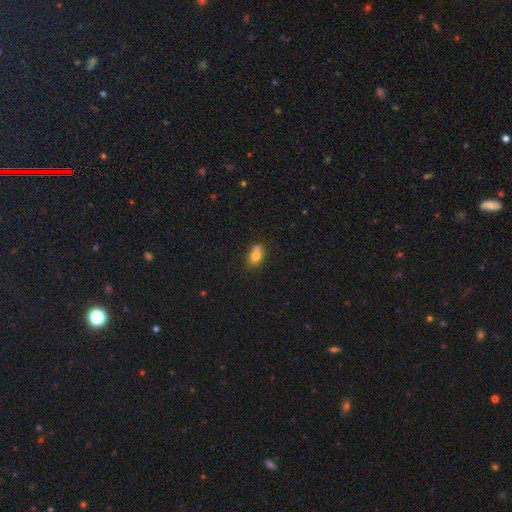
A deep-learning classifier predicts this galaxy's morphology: A smooth galaxy with no disk features (75%) that is in between round and cigar-shaped (71%).

Vote fractions:
- Smooth or featured? smooth: 75% / featured or disk: 15% / star or artifact: 10%
- How rounded? in between: 71% / round: 26% / cigar-shaped: 2%
- Merging? none: 45% / merger: 31% / minor disturbance: 18% / major disturbance: 5%